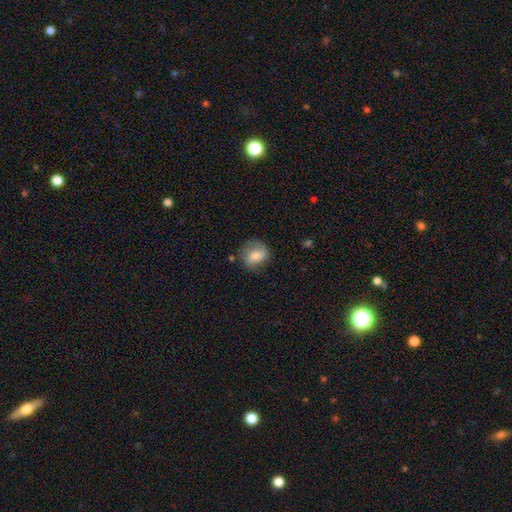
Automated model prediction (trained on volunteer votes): Smooth or featured?
  - smooth: 64% *
  - featured or disk: 28%
  - star or artifact: 8%
How rounded?
  - round: 61% *
  - in between: 38%
  - cigar-shaped: 1%
Merging?
  - none: 61% *
  - minor disturbance: 26%
  - major disturbance: 10%
  - merger: 3%